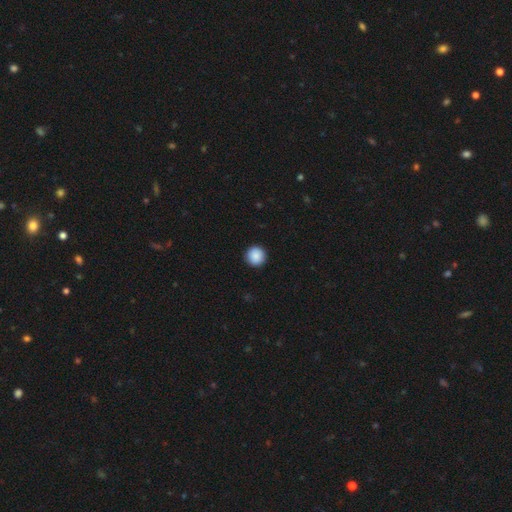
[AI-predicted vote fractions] A smooth galaxy with no disk features (89%) that is round (96%). Merging: none (93%).